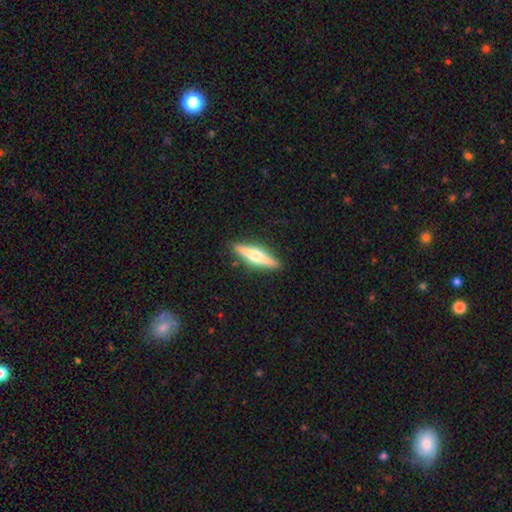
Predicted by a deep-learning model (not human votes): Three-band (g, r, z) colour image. It shows a featured or disk galaxy (54%) viewed edge-on (95%) with a rounded central bulge (90%). Merging: none (89%).